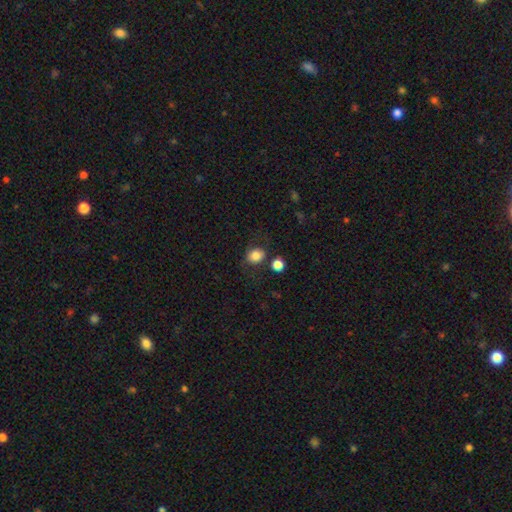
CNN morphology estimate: Overall: smooth (82%). How rounded: round (62%; in between 37%). Merging: none (70%).